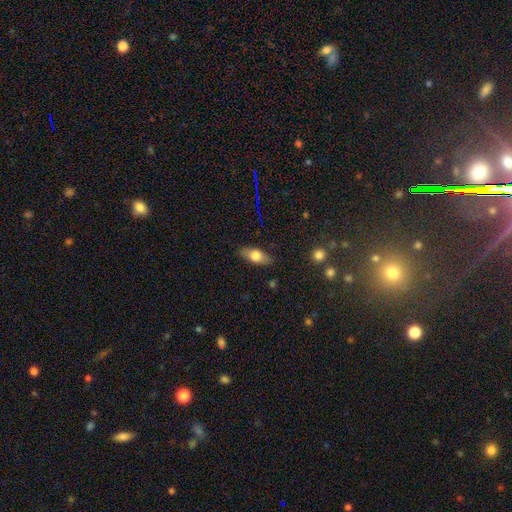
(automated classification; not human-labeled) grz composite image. It shows a smooth galaxy with no disk features (68%) that is in between round and cigar-shaped (80%). Merging: none (83%).